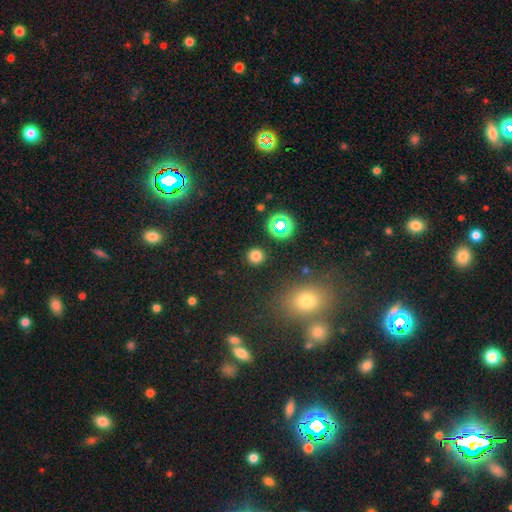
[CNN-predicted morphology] Smooth or featured? smooth (77%)
How rounded? round (93%)
Merging? none (90%)